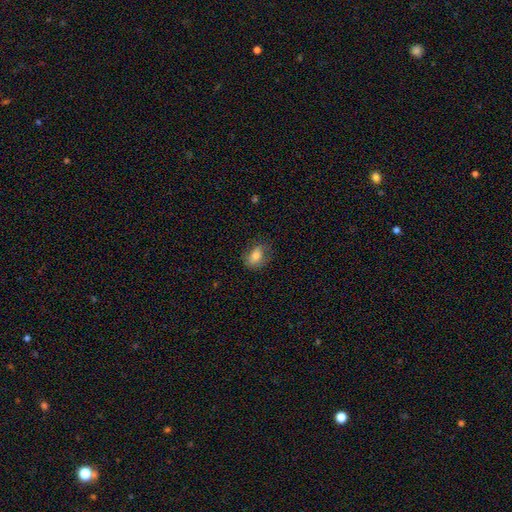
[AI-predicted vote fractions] Smooth or featured? Predicted: smooth (p=0.73). How rounded? Predicted: in between (p=0.72). Merging? Predicted: none (p=0.70).